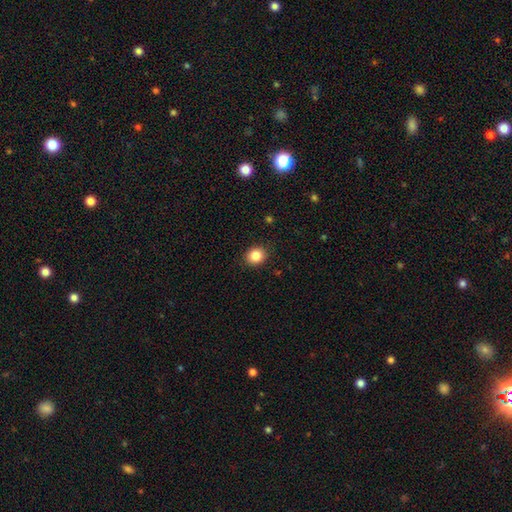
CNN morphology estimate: type=smooth (85%); roundness=round (67%); merging=none (88%).